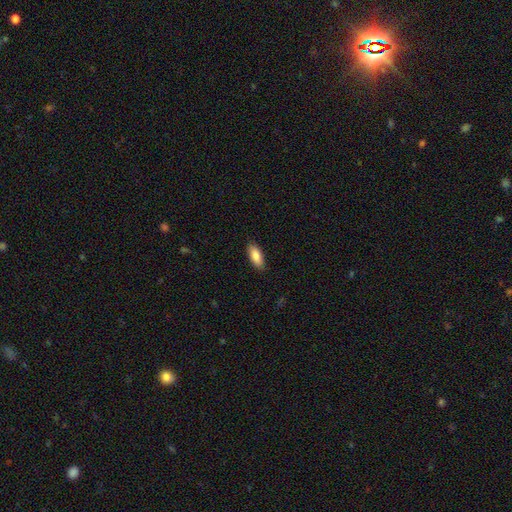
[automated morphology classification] smooth-or-featured: smooth: 86% | featured or disk: 8% | star or artifact: 6%
  how-rounded: in between: 80% | cigar-shaped: 18% | round: 2%
  merging: none: 89% | minor disturbance: 8% | major disturbance: 2% | merger: 1%